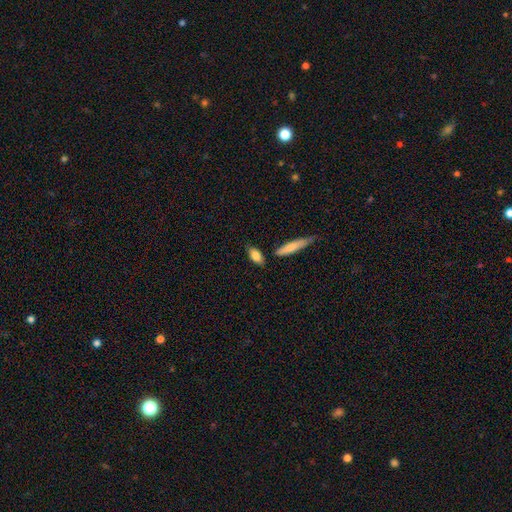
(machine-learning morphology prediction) Smooth or featured?
  - smooth: 82% *
  - featured or disk: 12%
  - star or artifact: 6%
How rounded?
  - in between: 77% *
  - cigar-shaped: 19%
  - round: 3%
Merging?
  - none: 75% *
  - minor disturbance: 14%
  - merger: 8%
  - major disturbance: 3%